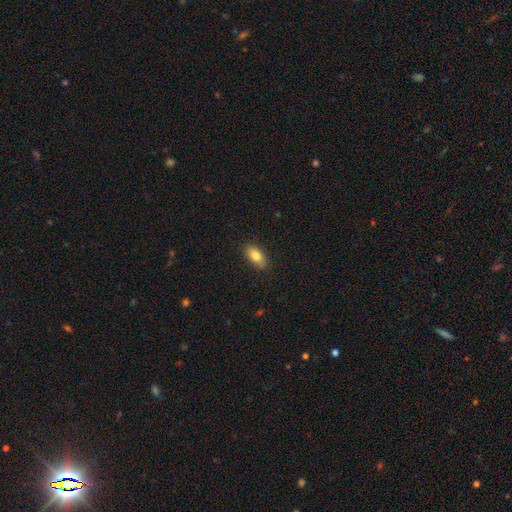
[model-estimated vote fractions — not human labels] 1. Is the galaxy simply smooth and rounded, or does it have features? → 80% smooth, 12% featured or disk, 7% star or artifact.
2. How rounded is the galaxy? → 87% in between, 8% cigar-shaped, 5% round.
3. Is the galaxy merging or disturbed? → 85% none, 11% minor disturbance, 2% major disturbance, 1% merger.